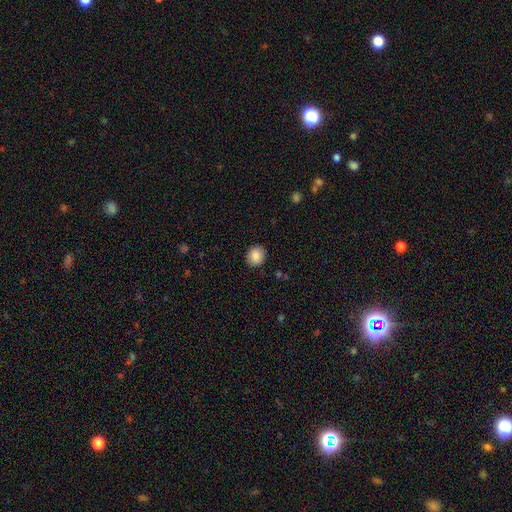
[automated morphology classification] This is clearly a smooth galaxy (87%). How rounded: likely round (74%). Merging: clearly none (88%).